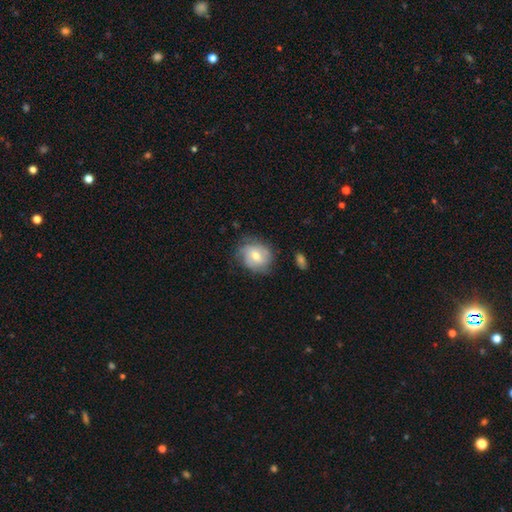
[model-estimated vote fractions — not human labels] smooth-or-featured: smooth: 50% | featured or disk: 42% | star or artifact: 8%
  merging: none: 65% | minor disturbance: 25% | major disturbance: 9% | merger: 2%